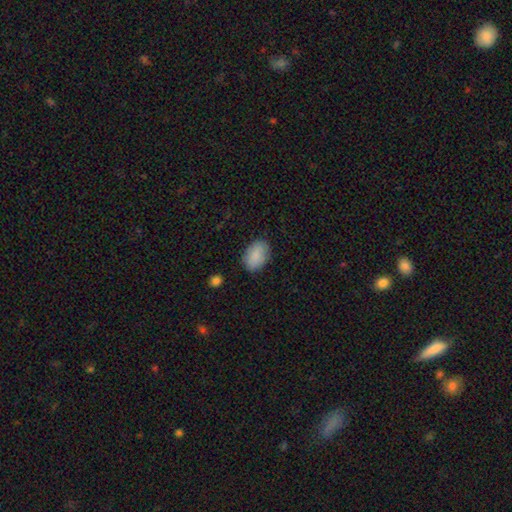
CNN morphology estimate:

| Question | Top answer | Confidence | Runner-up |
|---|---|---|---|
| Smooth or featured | smooth | 88% | star or artifact (7%) |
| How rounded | in between | 86% | round (13%) |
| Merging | none | 82% | minor disturbance (13%) |